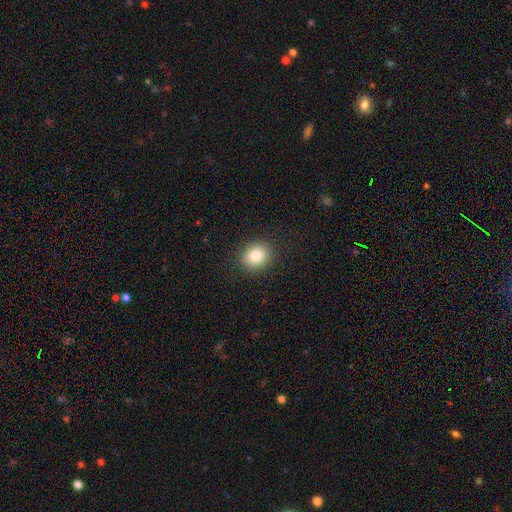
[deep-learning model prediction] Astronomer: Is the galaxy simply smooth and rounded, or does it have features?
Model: smooth — 82%.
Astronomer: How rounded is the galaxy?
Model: round — 69%.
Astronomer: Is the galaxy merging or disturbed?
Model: none — 90%.